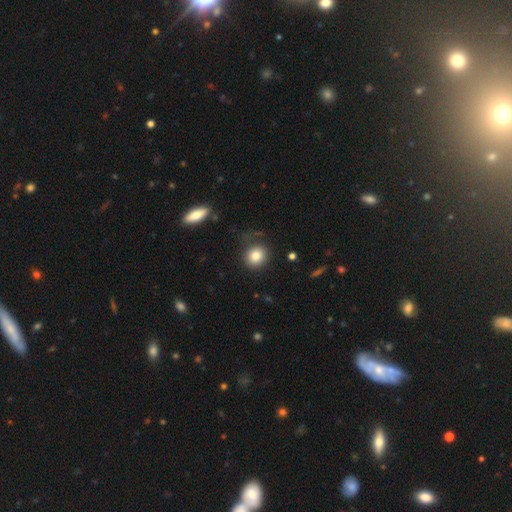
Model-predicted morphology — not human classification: Smooth or featured? Predicted: smooth (p=0.83). How rounded? Predicted: round (p=0.82). Merging? Predicted: none (p=0.77).